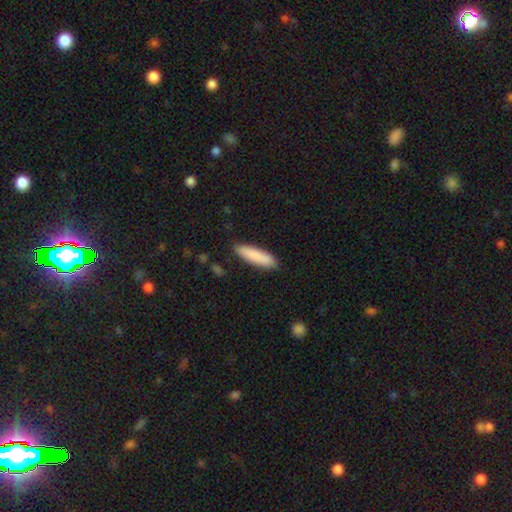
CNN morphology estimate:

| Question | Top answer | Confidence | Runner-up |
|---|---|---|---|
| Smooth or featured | smooth | 88% | featured or disk (7%) |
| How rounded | cigar-shaped | 69% | in between (30%) |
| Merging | none | 88% | minor disturbance (9%) |